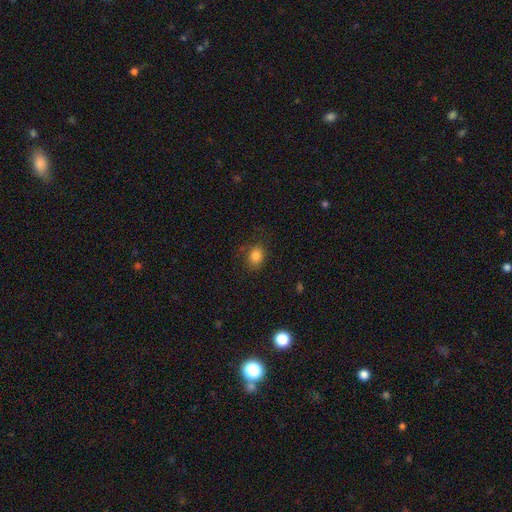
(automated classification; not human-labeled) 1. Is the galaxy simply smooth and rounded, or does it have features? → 83% smooth, 11% star or artifact, 6% featured or disk.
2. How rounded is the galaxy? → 57% in between, 42% round, 1% cigar-shaped.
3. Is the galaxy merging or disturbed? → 78% none, 15% minor disturbance, 5% major disturbance, 2% merger.